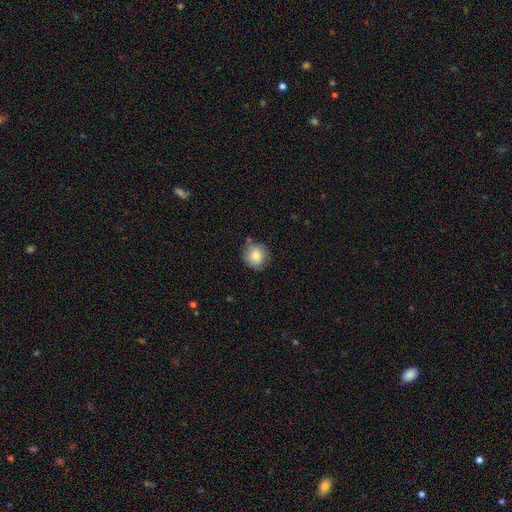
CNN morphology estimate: A smooth galaxy with no disk features (83%) that is round (90%).

Vote fractions:
- Smooth or featured? smooth: 83% / featured or disk: 9% / star or artifact: 8%
- How rounded? round: 90% / in between: 9% / cigar-shaped: 1%
- Merging? none: 72% / minor disturbance: 20% / major disturbance: 4% / merger: 4%